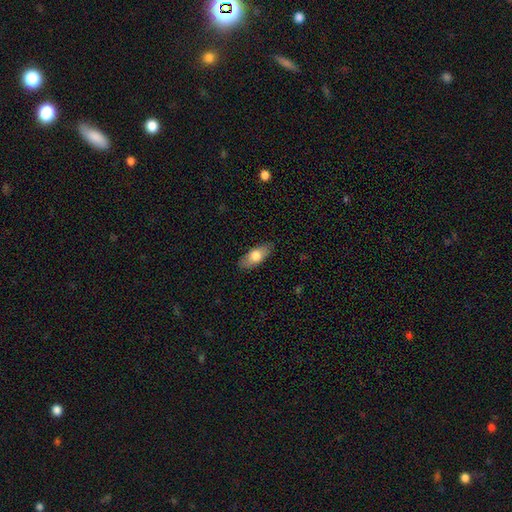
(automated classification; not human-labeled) This appears to be a smooth galaxy with no disk features (72%) that is in between round and cigar-shaped (81%). Merging: none (85%).